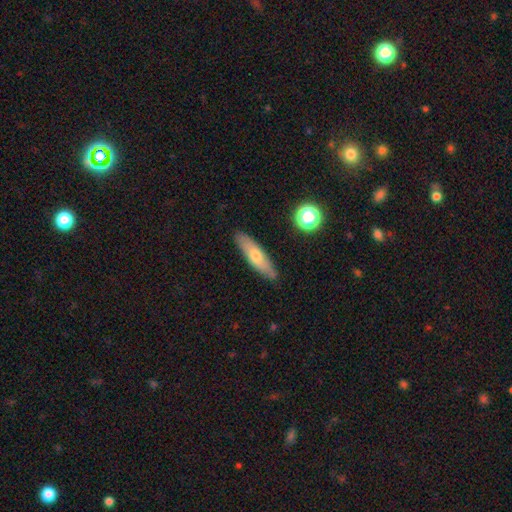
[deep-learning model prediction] A smooth galaxy with no disk features (61%) that is cigar-shaped (69%). Merging: none (84%).